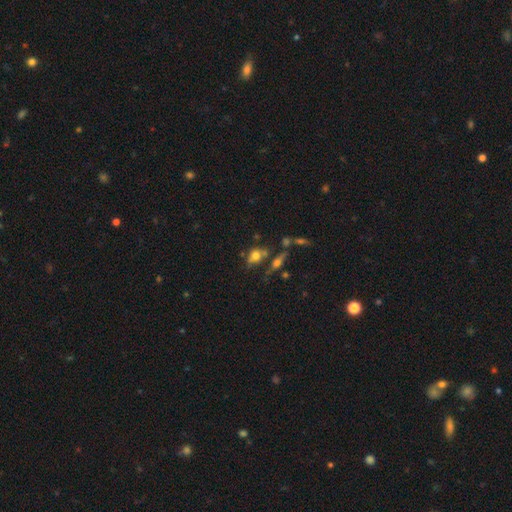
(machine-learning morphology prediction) Smooth or featured? Predicted: smooth (p=0.63). How rounded? Predicted: in between (p=0.50). Merging? Predicted: none (p=0.47).